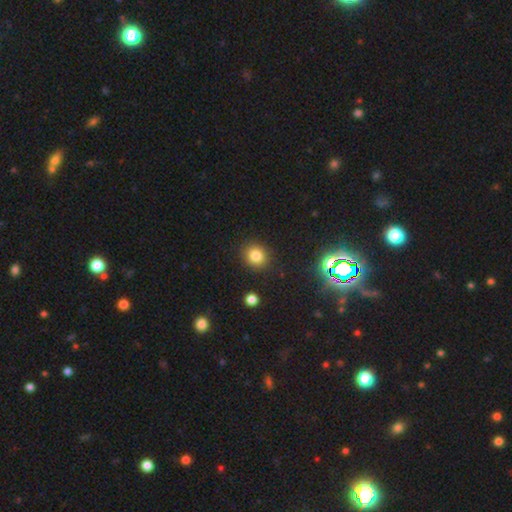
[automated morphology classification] This is clearly a smooth galaxy (81%). How rounded: likely round (80%). Merging: clearly none (89%).